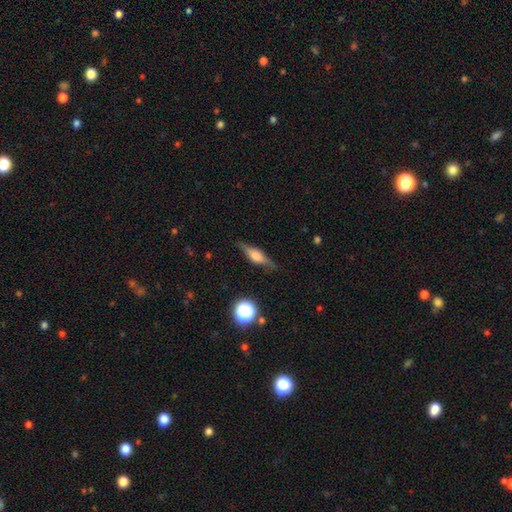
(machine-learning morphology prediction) Smooth or featured? Predicted: featured or disk (p=0.61). Edge-on disk? Predicted: yes (p=0.94). Edge-on bulge? Predicted: rounded (p=0.77). Merging? Predicted: none (p=0.82).